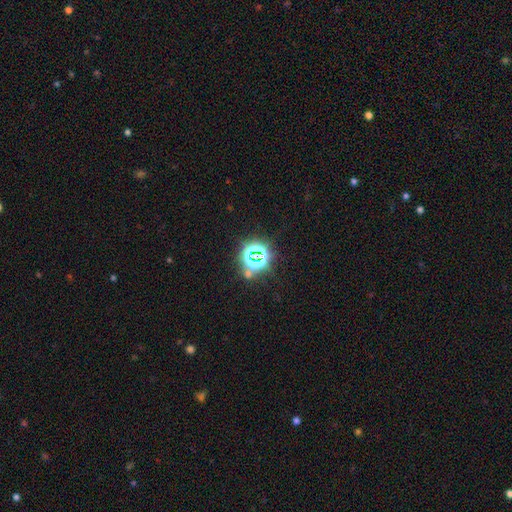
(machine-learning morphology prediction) Smooth or featured: star or artifact — 71% (smooth — 19%)